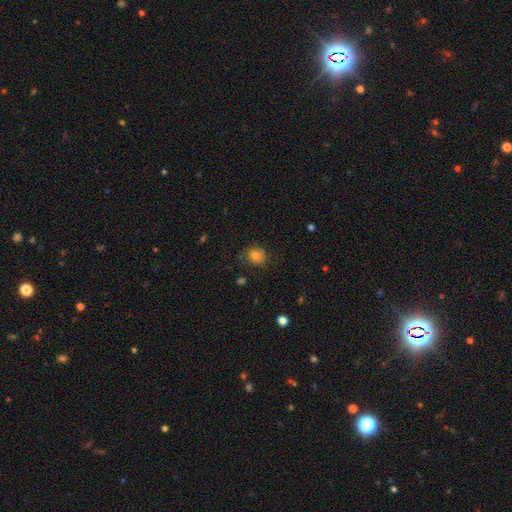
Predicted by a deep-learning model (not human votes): Smooth or featured? smooth (82%)
How rounded? round (77%)
Merging? none (80%)